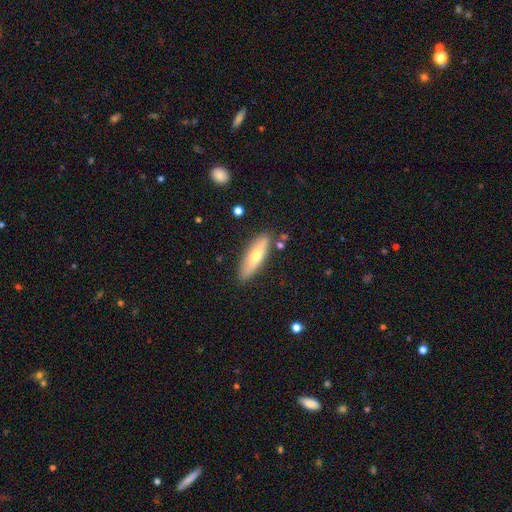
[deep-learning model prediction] smooth_or_featured: smooth (p=0.58) [alt: featured or disk p=0.36]
how_rounded: cigar-shaped (p=0.59) [alt: in between p=0.39]
merging: none (p=0.83) [alt: minor disturbance p=0.12]